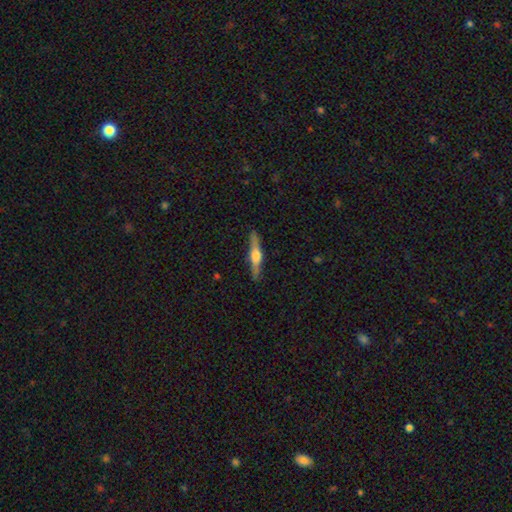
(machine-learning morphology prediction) Smooth or featured? featured or disk (71%)
Edge-on disk? yes (98%)
Edge-on bulge? rounded (92%)
Merging? none (90%)